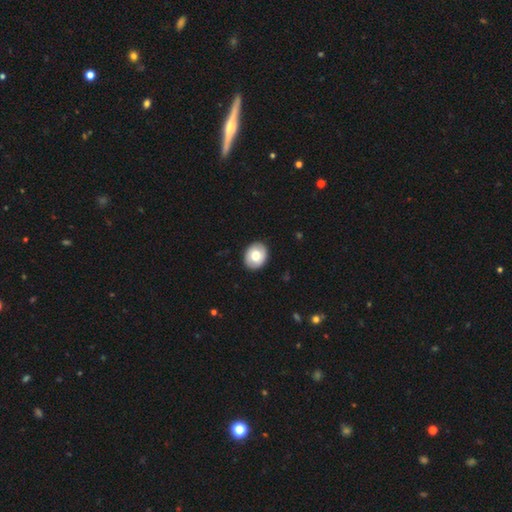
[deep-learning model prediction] A smooth galaxy with no disk features (69%) that is in between round and cigar-shaped (51%).

Vote fractions:
- Smooth or featured? smooth: 69% / featured or disk: 24% / star or artifact: 7%
- How rounded? in between: 51% / round: 48% / cigar-shaped: 1%
- Merging? none: 88% / minor disturbance: 9% / major disturbance: 2% / merger: 1%